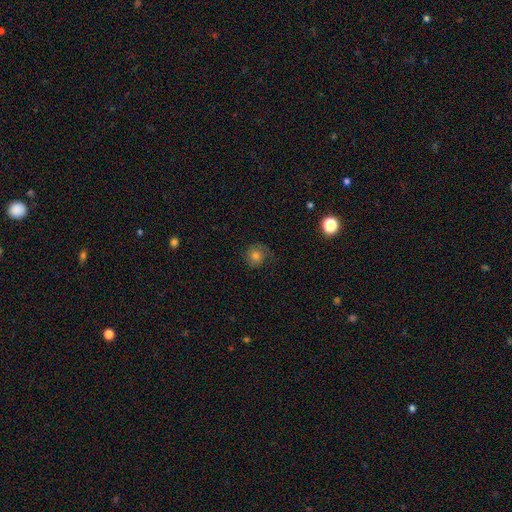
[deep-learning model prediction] Smooth or featured? smooth (72%)
How rounded? round (88%)
Merging? none (65%)